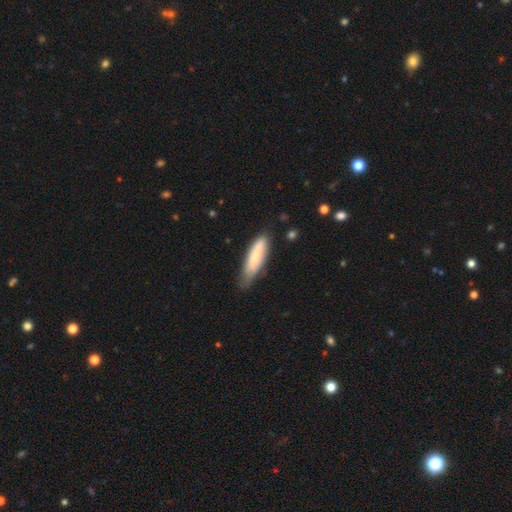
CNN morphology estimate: Smooth or featured? Predicted: smooth (p=0.69). How rounded? Predicted: cigar-shaped (p=0.62). Merging? Predicted: none (p=0.55).